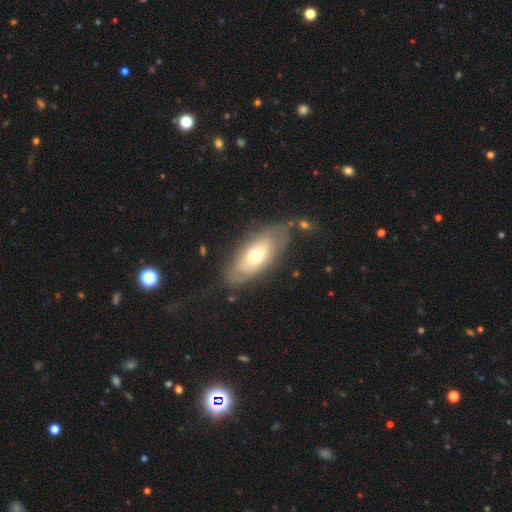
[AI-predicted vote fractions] smooth 51%, featured or disk 42%, star or artifact 7%. Down the decision tree: how rounded — in between (85%); merging — none (65%).